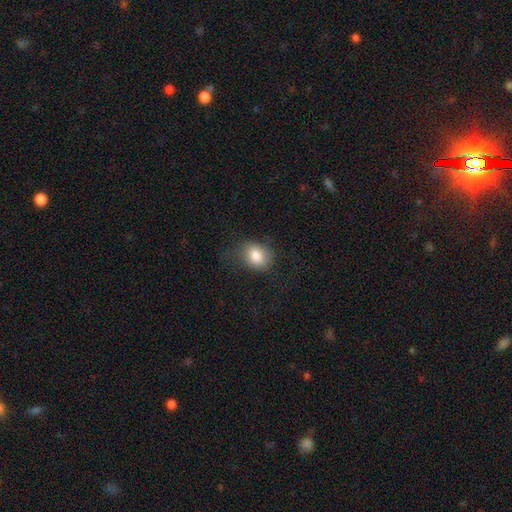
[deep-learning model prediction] Morphology: type=smooth (82%); roundness=in between (58%); merging=none (67%).